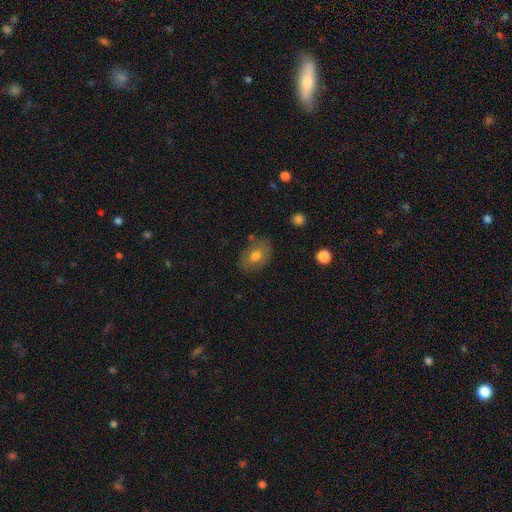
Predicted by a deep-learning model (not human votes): smooth 70%, featured or disk 21%, star or artifact 9%. Down the decision tree: how rounded — in between (77%); merging — none (79%).